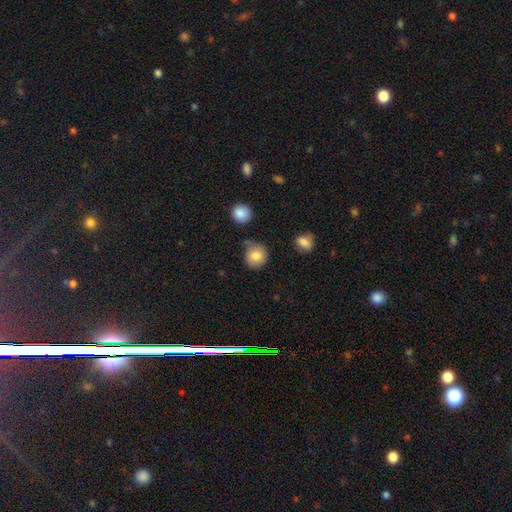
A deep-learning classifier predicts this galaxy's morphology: A smooth galaxy with no disk features (81%) that is round (87%). Merging: none (61%).